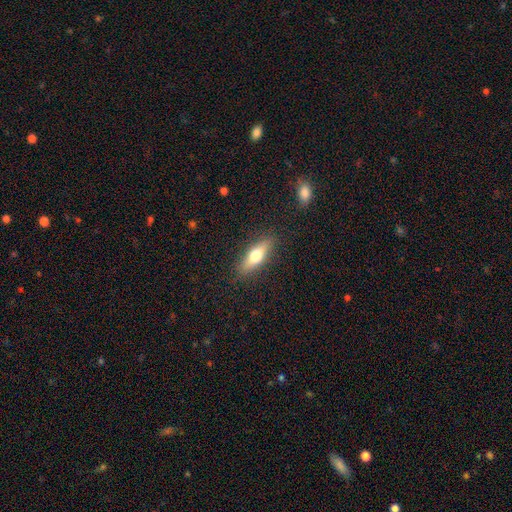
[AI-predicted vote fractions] Smooth or featured?
  - smooth: 58% *
  - featured or disk: 35%
  - star or artifact: 7%
How rounded?
  - cigar-shaped: 54% *
  - in between: 43%
  - round: 3%
Merging?
  - none: 87% *
  - minor disturbance: 9%
  - major disturbance: 2%
  - merger: 1%